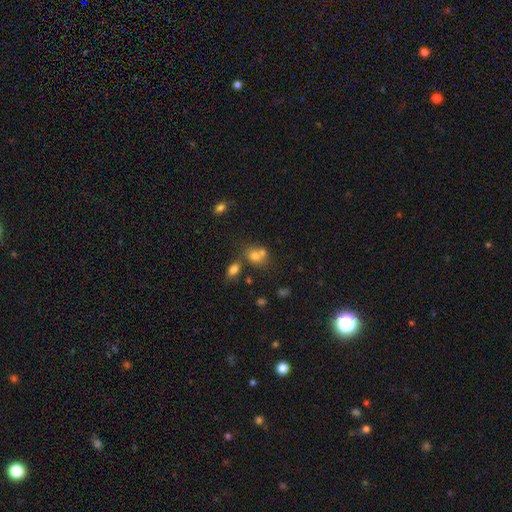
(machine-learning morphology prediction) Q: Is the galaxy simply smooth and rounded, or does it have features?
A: smooth — 70%.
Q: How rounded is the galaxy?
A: round — 62%.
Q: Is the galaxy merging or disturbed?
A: merger — 50%.